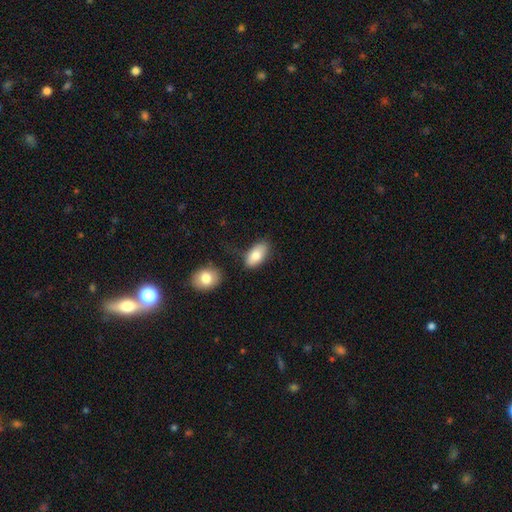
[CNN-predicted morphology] This appears to be a smooth galaxy with no disk features (80%) that is in between round and cigar-shaped (93%). Merging: none (70%).